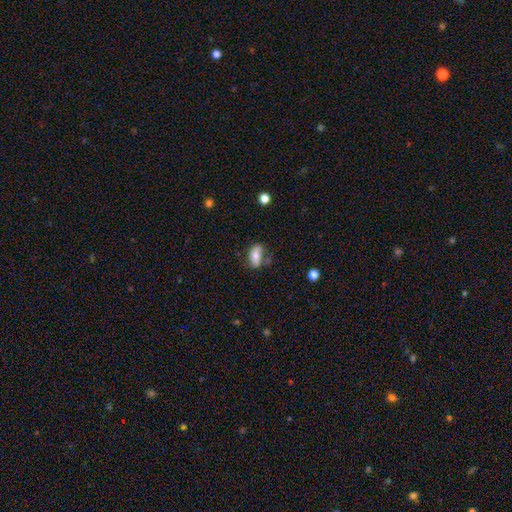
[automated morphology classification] Overall: smooth (70%). How rounded: in between (84%). Merging: none (61%; minor disturbance 24%).